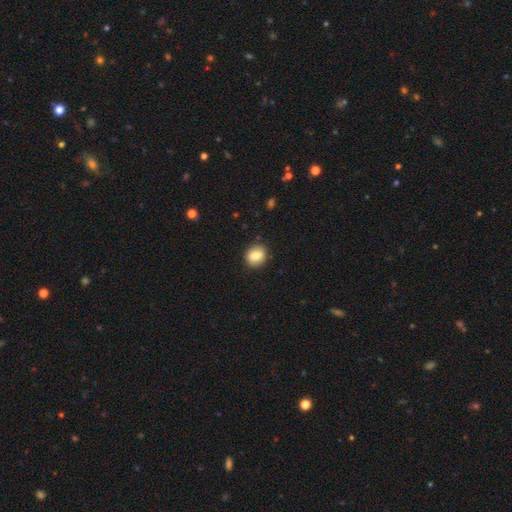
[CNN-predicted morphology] Smooth or featured: smooth — 83% (featured or disk — 8%)
How rounded: round — 64% (in between — 35%)
Merging: none — 87% (minor disturbance — 9%)